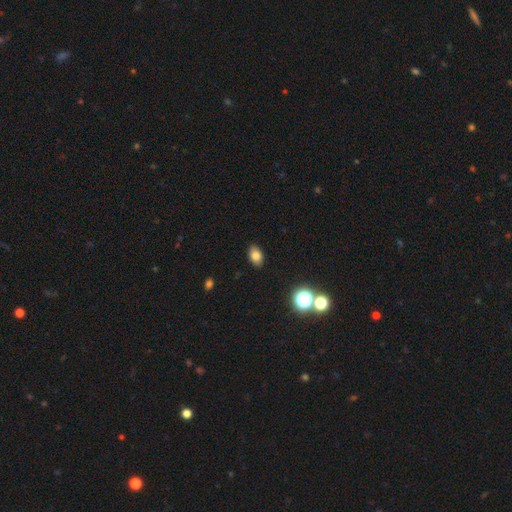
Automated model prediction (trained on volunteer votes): Smooth or featured?
  - smooth: 79% *
  - star or artifact: 11%
  - featured or disk: 9%
How rounded?
  - in between: 87% *
  - round: 12%
  - cigar-shaped: 1%
Merging?
  - none: 88% *
  - minor disturbance: 9%
  - major disturbance: 2%
  - merger: 1%